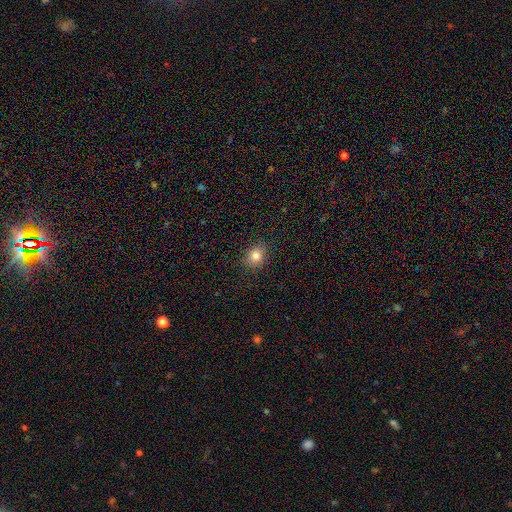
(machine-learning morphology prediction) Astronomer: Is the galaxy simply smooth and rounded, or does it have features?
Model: smooth — 82%.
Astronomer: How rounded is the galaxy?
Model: round — 69%.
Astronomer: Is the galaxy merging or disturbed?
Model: none — 87%.